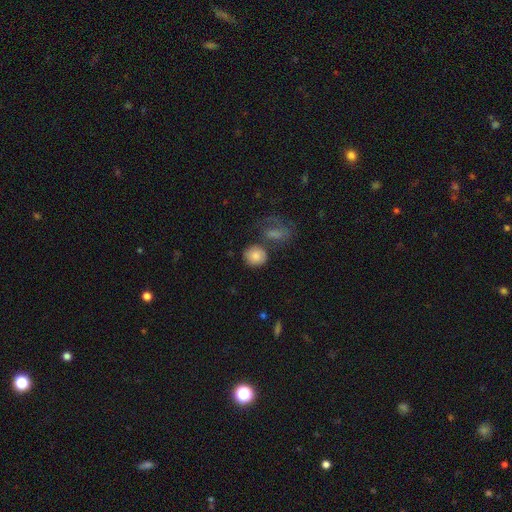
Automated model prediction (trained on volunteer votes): Morphology: type=smooth (81%); roundness=round (77%); merging=none (59%).